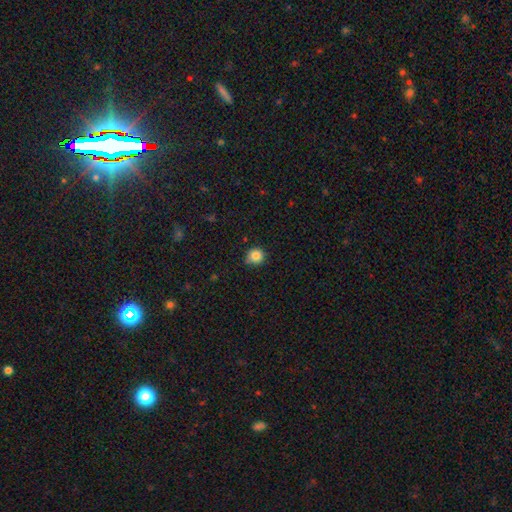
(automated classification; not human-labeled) A smooth galaxy with no disk features (84%) that is round (89%). Merging: none (79%).